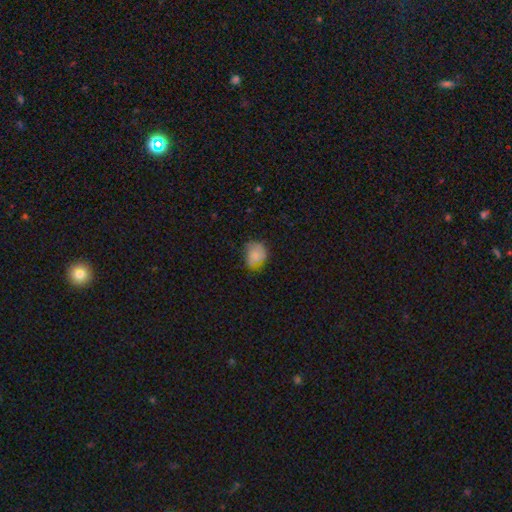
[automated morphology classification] type=smooth (77%); roundness=round (57%); merging=none (56%).